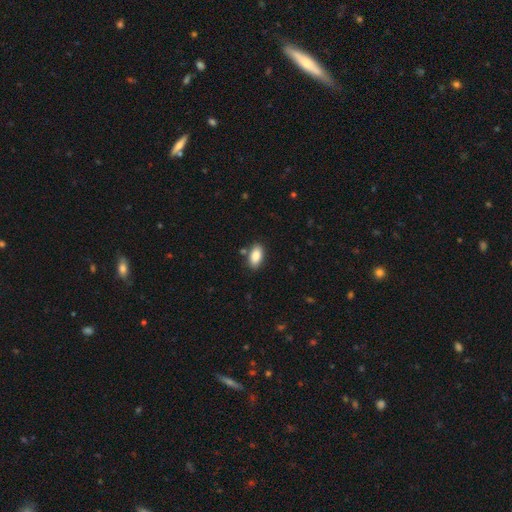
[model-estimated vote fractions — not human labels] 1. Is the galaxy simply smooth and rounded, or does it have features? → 87% smooth, 7% star or artifact, 6% featured or disk.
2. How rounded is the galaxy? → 93% in between, 4% cigar-shaped, 4% round.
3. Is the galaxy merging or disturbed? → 83% none, 11% minor disturbance, 4% merger, 2% major disturbance.